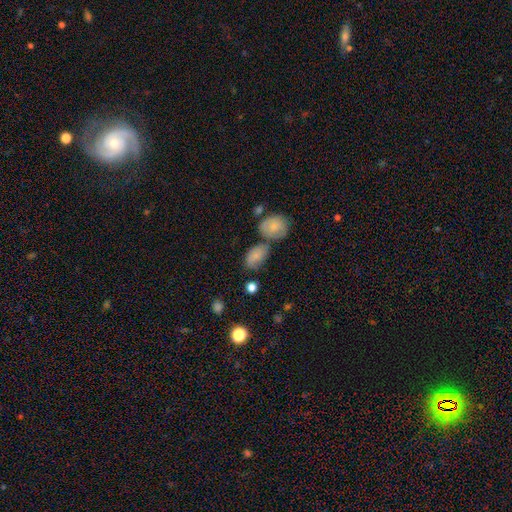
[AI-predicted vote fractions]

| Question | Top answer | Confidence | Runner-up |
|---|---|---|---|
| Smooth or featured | smooth | 74% | featured or disk (16%) |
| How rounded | in between | 86% | round (13%) |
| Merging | none | 43% | merger (24%) |